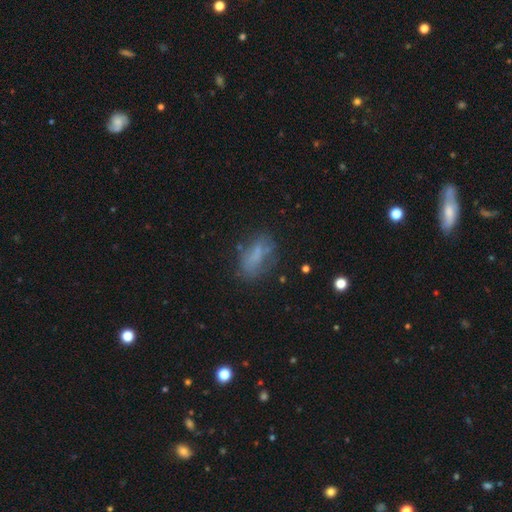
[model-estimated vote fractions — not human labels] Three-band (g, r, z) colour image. It shows a smooth galaxy with no disk features (60%) that is in between round and cigar-shaped (82%). Merging: none (59%).